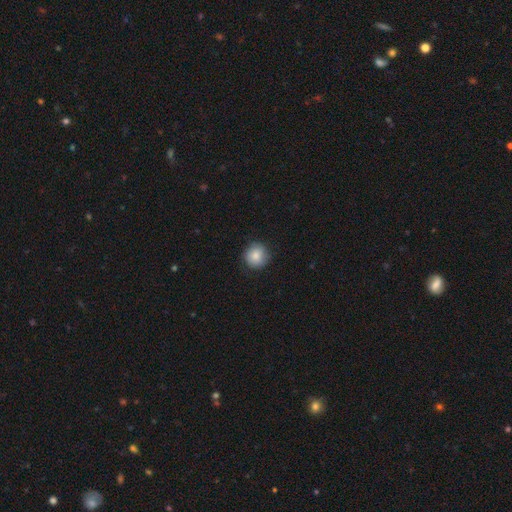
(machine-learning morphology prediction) Smooth or featured? smooth (85%)
How rounded? round (93%)
Merging? none (86%)